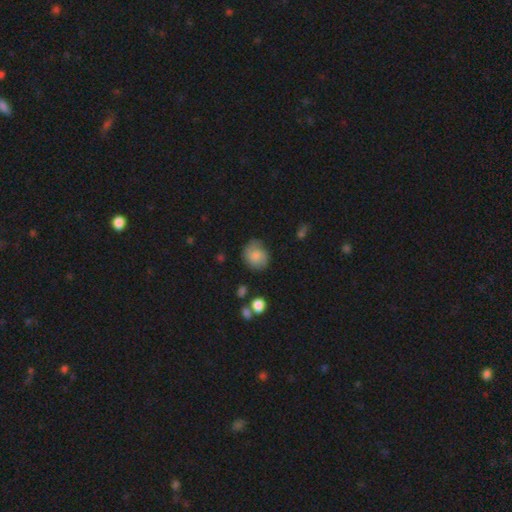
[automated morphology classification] A smooth galaxy with no disk features (71%) that is round (68%).

Vote fractions:
- Smooth or featured? smooth: 71% / featured or disk: 21% / star or artifact: 8%
- How rounded? round: 68% / in between: 31% / cigar-shaped: 1%
- Merging? none: 67% / minor disturbance: 24% / major disturbance: 7% / merger: 2%